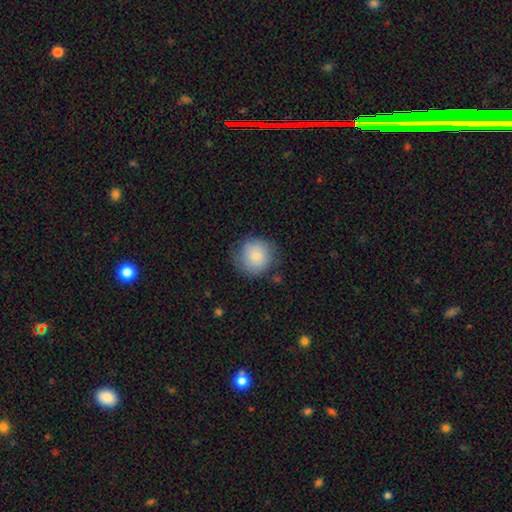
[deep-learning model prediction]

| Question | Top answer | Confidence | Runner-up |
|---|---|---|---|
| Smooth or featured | smooth | 84% | featured or disk (9%) |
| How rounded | round | 92% | in between (7%) |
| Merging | none | 77% | minor disturbance (17%) |